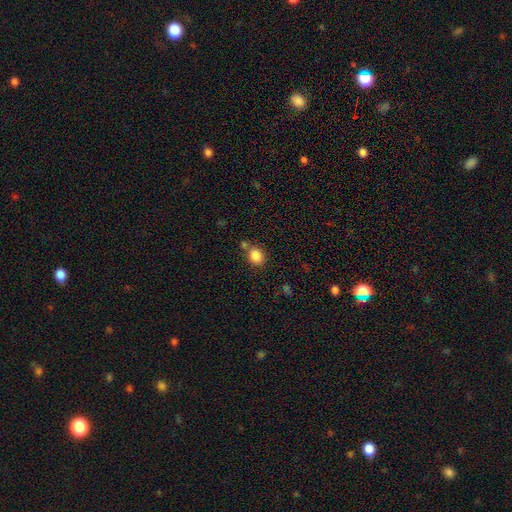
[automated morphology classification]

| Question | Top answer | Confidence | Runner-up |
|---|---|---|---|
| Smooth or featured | smooth | 86% | star or artifact (10%) |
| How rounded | in between | 56% | round (43%) |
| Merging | none | 67% | merger (16%) |